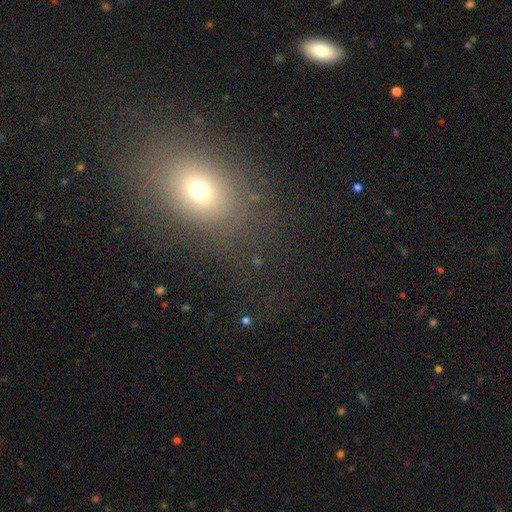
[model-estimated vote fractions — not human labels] smooth-or-featured: smooth: 63% | star or artifact: 26% | featured or disk: 12%
  how-rounded: in between: 59% | round: 39% | cigar-shaped: 2%
  merging: none: 81% | minor disturbance: 11% | major disturbance: 6% | merger: 2%